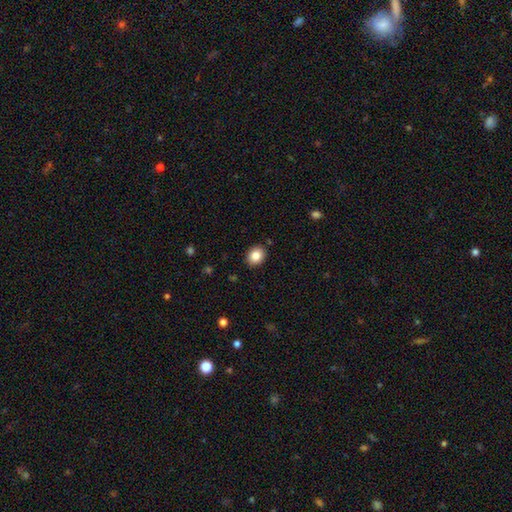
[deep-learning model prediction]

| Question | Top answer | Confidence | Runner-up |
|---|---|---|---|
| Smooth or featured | smooth | 85% | star or artifact (9%) |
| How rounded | round | 52% | in between (47%) |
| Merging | none | 89% | minor disturbance (8%) |